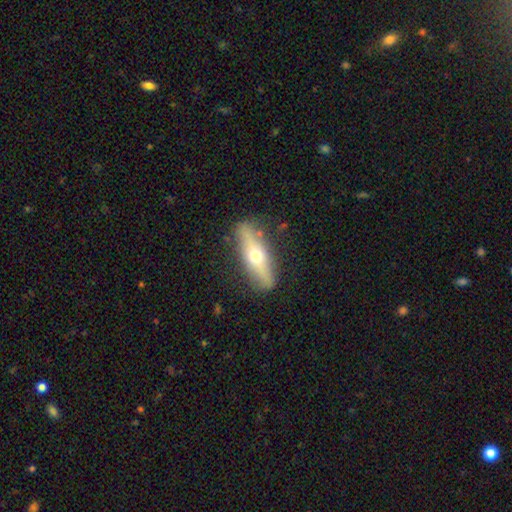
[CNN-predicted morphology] smooth_or_featured: featured or disk (p=0.57) [alt: smooth p=0.37]
disk_edge_on: yes (p=0.82) [alt: no p=0.18]
merging: none (p=0.84) [alt: minor disturbance p=0.11]